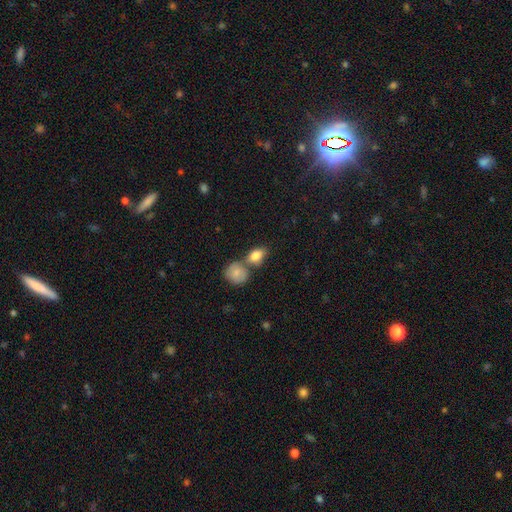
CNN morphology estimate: A smooth galaxy with no disk features (82%) that is in between round and cigar-shaped (77%).

Vote fractions:
- Smooth or featured? smooth: 82% / featured or disk: 11% / star or artifact: 7%
- How rounded? in between: 77% / round: 20% / cigar-shaped: 3%
- Merging? none: 46% / merger: 37% / minor disturbance: 13% / major disturbance: 4%